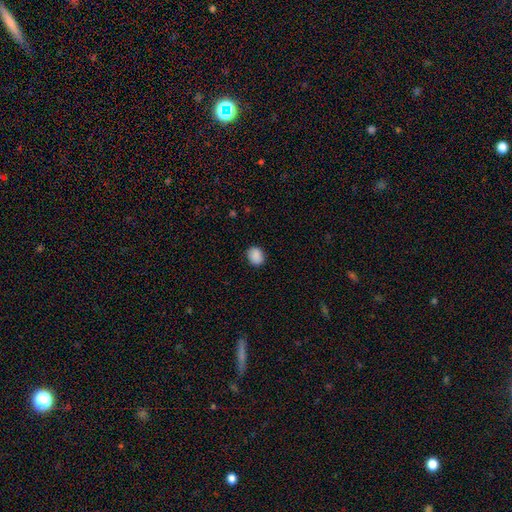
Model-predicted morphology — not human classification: The model was most divided on "how rounded": round: 58%, in between: 41%, cigar-shaped: 1%. More confident: smooth or featured — smooth (89%); merging — none (87%).